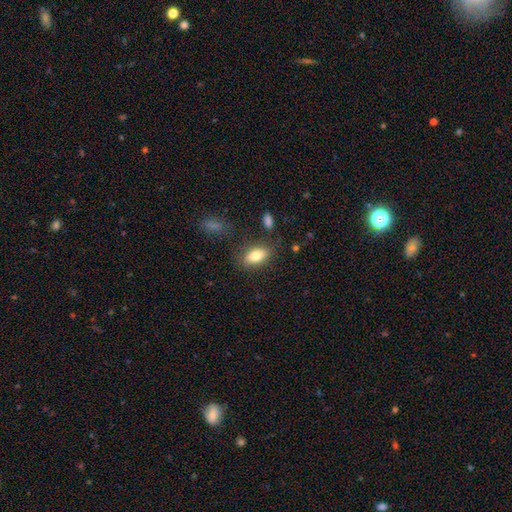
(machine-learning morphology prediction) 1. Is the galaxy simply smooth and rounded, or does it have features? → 77% smooth, 15% featured or disk, 8% star or artifact.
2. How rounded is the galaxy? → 87% in between, 8% cigar-shaped, 6% round.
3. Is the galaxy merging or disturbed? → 78% none, 14% minor disturbance, 4% major disturbance, 4% merger.